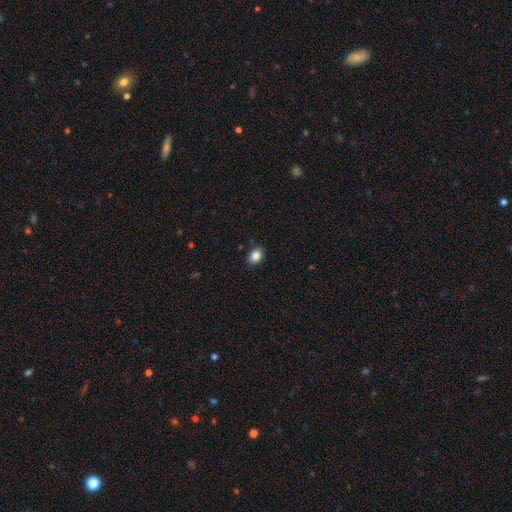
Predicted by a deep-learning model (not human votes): Smooth or featured?
  - smooth: 85% *
  - star or artifact: 9%
  - featured or disk: 5%
How rounded?
  - in between: 69% *
  - round: 30%
  - cigar-shaped: 1%
Merging?
  - none: 87% *
  - minor disturbance: 10%
  - major disturbance: 2%
  - merger: 1%